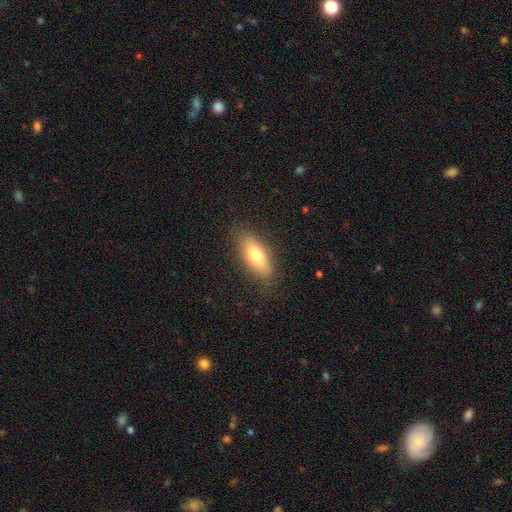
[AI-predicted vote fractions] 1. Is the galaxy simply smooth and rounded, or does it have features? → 71% smooth, 22% featured or disk, 7% star or artifact.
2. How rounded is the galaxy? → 73% in between, 24% cigar-shaped, 3% round.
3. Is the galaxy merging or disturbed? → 84% none, 12% minor disturbance, 3% major disturbance, 1% merger.